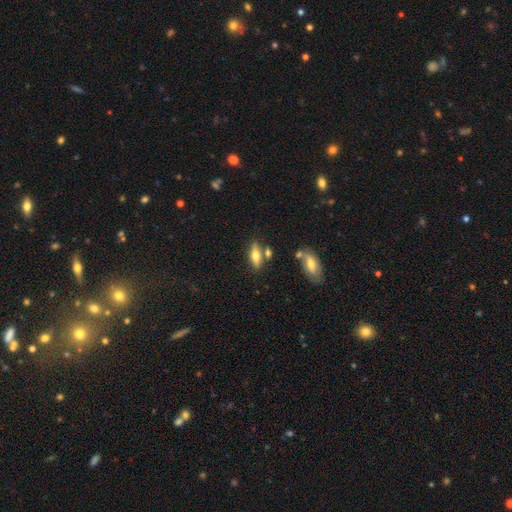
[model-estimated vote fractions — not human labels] Q: Smooth or featured?
A: smooth (55%); runner-up: featured or disk (38%)
Q: How rounded?
A: in between (59%); runner-up: cigar-shaped (37%)
Q: Merging?
A: none (70%); runner-up: minor disturbance (13%)